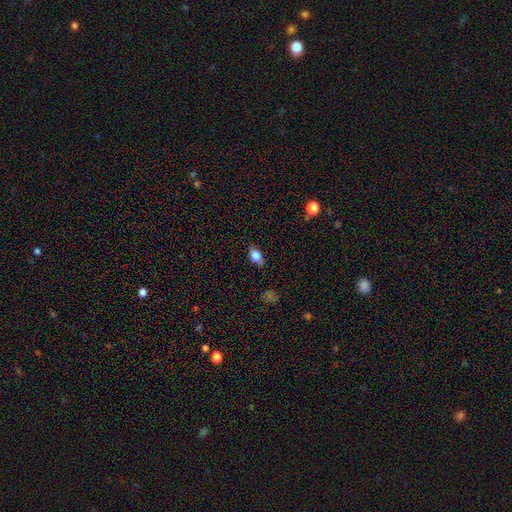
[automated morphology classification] Q: Smooth or featured?
A: smooth (79%); runner-up: featured or disk (11%)
Q: How rounded?
A: in between (81%); runner-up: round (15%)
Q: Merging?
A: none (79%); runner-up: minor disturbance (17%)